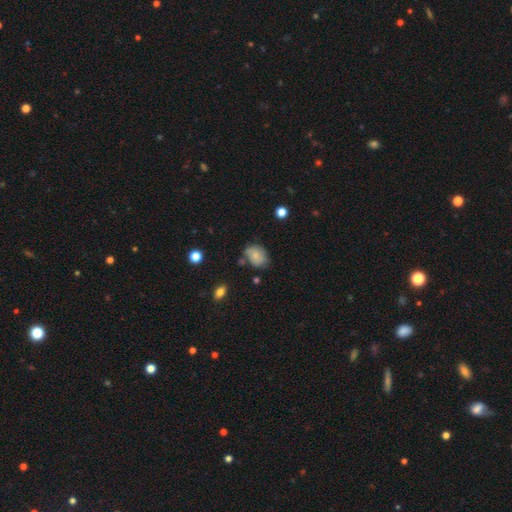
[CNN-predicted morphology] smooth_or_featured: smooth (p=0.75) [alt: featured or disk p=0.16]
how_rounded: in between (p=0.65) [alt: round p=0.34]
merging: none (p=0.60) [alt: minor disturbance p=0.26]